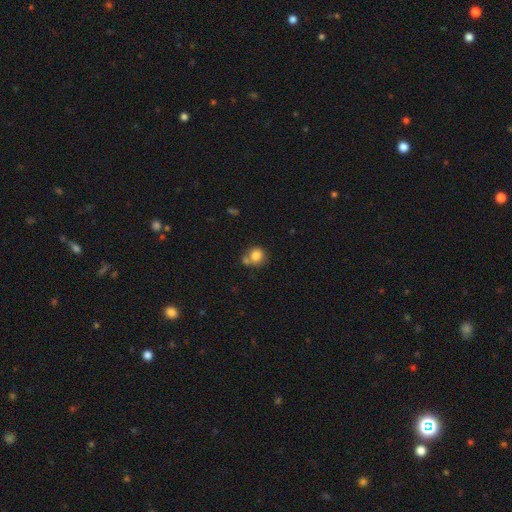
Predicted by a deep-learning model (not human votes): A smooth galaxy with no disk features (82%) that is round (86%). Merging: none (54%).